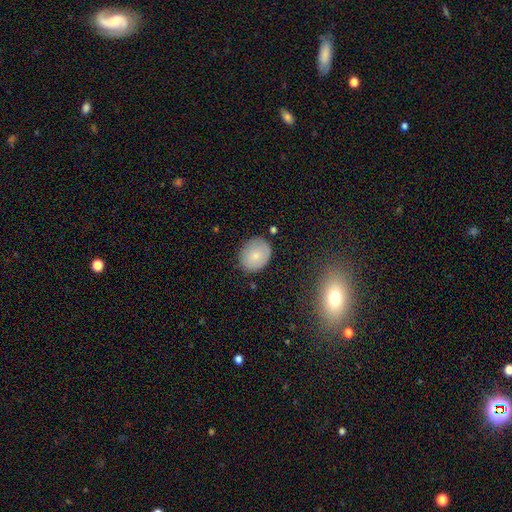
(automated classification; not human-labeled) Smooth or featured? smooth (78%)
How rounded? in between (51%)
Merging? none (79%)